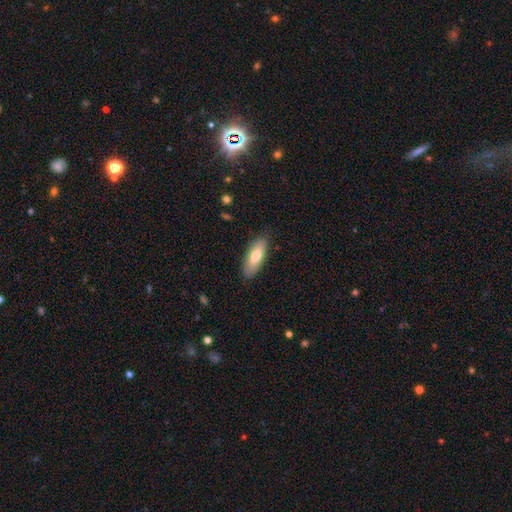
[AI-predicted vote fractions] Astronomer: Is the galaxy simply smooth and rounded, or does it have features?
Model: smooth — 73%.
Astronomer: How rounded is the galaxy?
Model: in between — 62%.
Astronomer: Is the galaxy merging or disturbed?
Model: none — 85%.